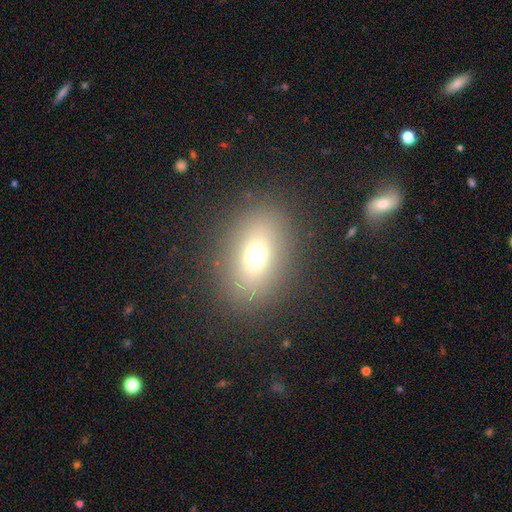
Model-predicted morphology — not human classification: Q: Smooth or featured?
A: smooth (69%); runner-up: featured or disk (16%)
Q: How rounded?
A: in between (70%); runner-up: round (27%)
Q: Merging?
A: none (85%); runner-up: minor disturbance (9%)